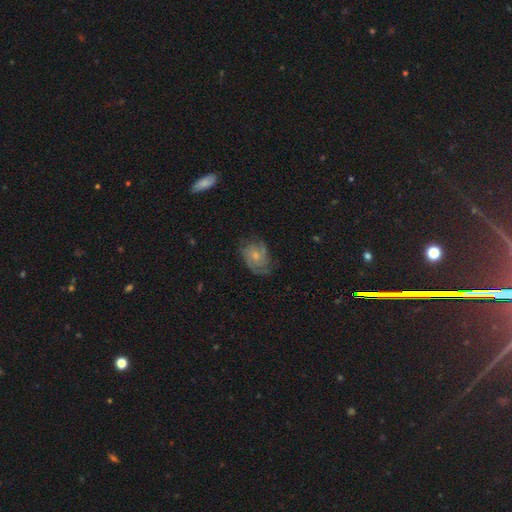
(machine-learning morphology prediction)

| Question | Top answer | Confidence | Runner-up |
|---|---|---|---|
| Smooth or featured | featured or disk | 76% | smooth (18%) |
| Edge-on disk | no | 97% | yes (3%) |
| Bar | no | 73% | weak (24%) |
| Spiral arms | yes | 93% | no (7%) |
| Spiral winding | tight | 48% | medium (39%) |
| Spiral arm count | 2 | 32% | 3 (27%) |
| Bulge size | small | 55% | moderate (37%) |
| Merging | none | 65% | minor disturbance (22%) |